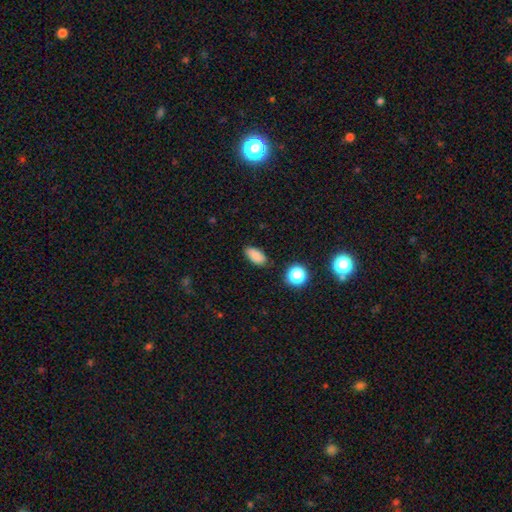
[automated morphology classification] Smooth or featured? smooth (84%)
How rounded? in between (89%)
Merging? none (84%)